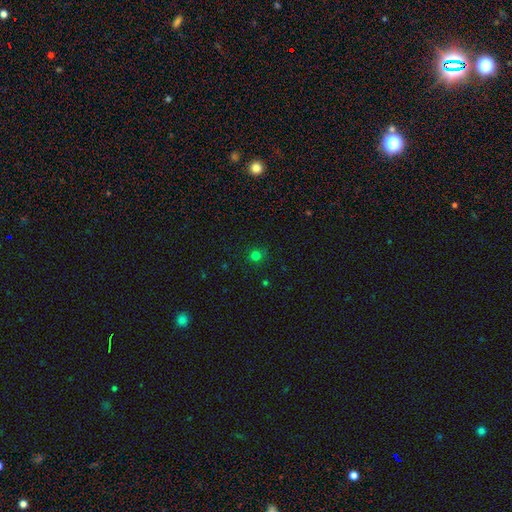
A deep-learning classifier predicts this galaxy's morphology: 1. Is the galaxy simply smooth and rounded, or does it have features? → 75% smooth, 21% star or artifact, 4% featured or disk.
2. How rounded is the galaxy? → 92% round, 7% in between, 1% cigar-shaped.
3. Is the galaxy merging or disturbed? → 86% none, 9% minor disturbance, 3% major disturbance, 2% merger.